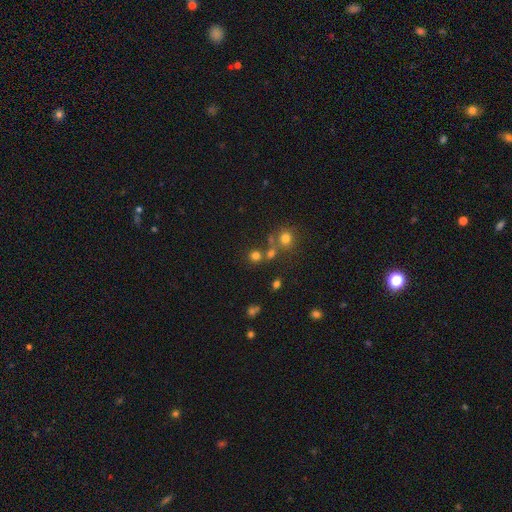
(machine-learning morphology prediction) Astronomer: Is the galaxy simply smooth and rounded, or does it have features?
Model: smooth — 72%.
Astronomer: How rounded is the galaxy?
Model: round — 89%.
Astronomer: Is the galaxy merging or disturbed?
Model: none — 68%.